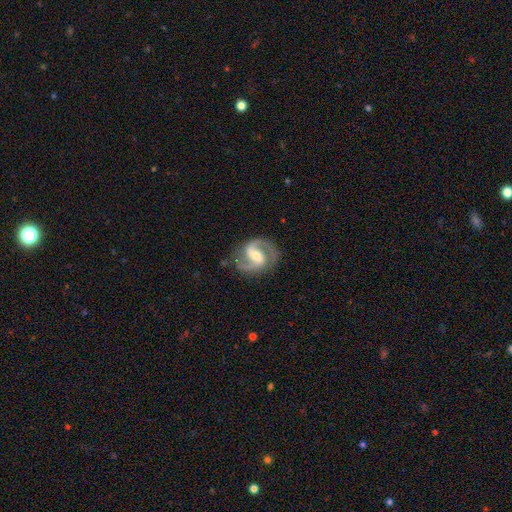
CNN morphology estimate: smooth_or_featured: featured or disk (p=0.91) [alt: smooth p=0.04]
disk_edge_on: no (p=0.98) [alt: yes p=0.02]
bar: weak (p=0.46) [alt: strong p=0.30]
has_spiral_arms: yes (p=0.98) [alt: no p=0.02]
spiral_winding: medium (p=0.63) [alt: tight p=0.19]
spiral_arm_count: 2 (p=0.93) [alt: can't tell p=0.02]
bulge_size: moderate (p=0.57) [alt: small p=0.37]
merging: none (p=0.82) [alt: minor disturbance p=0.12]